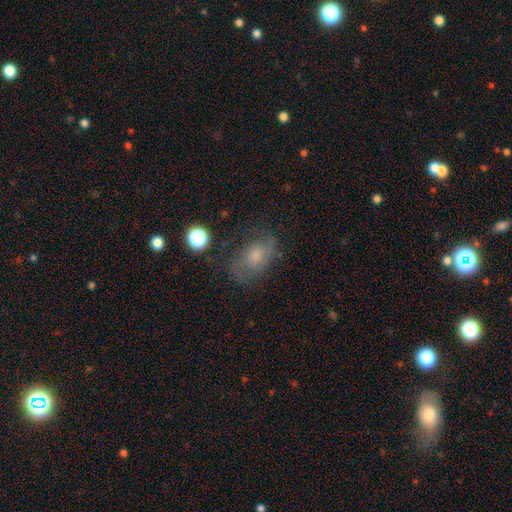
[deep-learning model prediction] smooth_or_featured: featured or disk (p=0.47) [alt: smooth p=0.39]
merging: none (p=0.64) [alt: minor disturbance p=0.21]